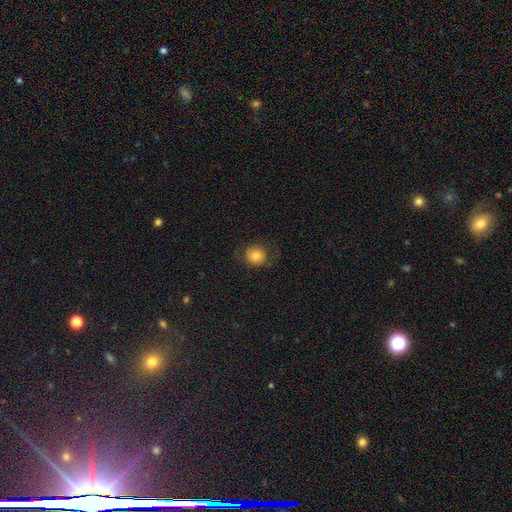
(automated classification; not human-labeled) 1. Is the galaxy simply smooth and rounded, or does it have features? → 77% smooth, 13% featured or disk, 9% star or artifact.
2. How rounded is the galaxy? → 85% round, 14% in between, 1% cigar-shaped.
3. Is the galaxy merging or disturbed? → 75% none, 16% minor disturbance, 8% major disturbance, 1% merger.